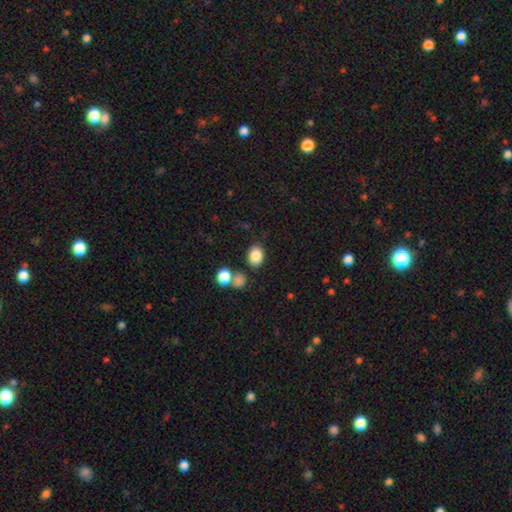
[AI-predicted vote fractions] Smooth or featured: smooth — 85% (star or artifact — 10%)
How rounded: in between — 69% (round — 30%)
Merging: none — 77% (minor disturbance — 11%)